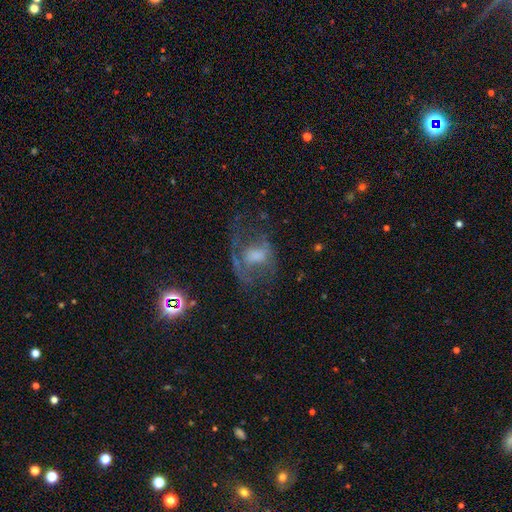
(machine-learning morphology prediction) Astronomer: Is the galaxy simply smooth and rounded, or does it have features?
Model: featured or disk — 58%.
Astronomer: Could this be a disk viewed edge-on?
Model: no — 96%.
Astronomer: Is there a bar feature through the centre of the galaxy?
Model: no — 64%.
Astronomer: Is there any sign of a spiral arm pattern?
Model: yes — 54% (runner-up: no, 46%).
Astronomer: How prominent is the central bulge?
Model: moderate — 39% (runner-up: large, 20%).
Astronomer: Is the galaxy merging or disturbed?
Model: major disturbance — 40% (runner-up: none, 38%).